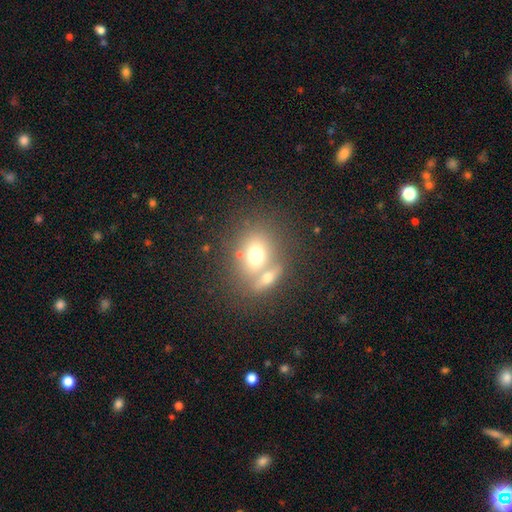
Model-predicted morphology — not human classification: Smooth or featured?
  - smooth: 68% *
  - featured or disk: 22%
  - star or artifact: 11%
How rounded?
  - in between: 53% *
  - round: 44%
  - cigar-shaped: 2%
Merging?
  - merger: 44% *
  - none: 42%
  - minor disturbance: 10%
  - major disturbance: 5%